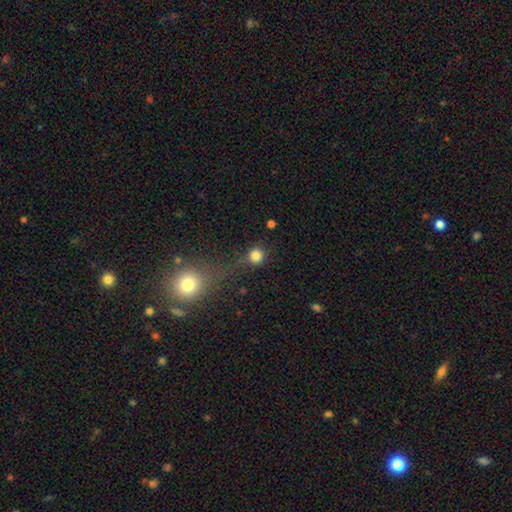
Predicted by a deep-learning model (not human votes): This is clearly a smooth galaxy (83%). How rounded: clearly round (93%). Merging: likely none (68%).